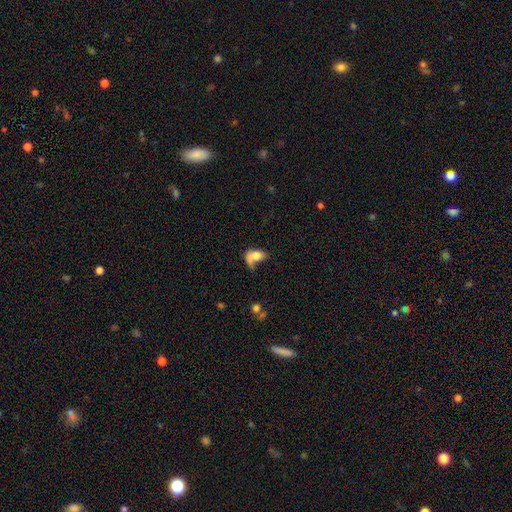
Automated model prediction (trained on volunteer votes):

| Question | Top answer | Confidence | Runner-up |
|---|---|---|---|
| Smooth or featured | smooth | 69% | featured or disk (22%) |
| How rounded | in between | 85% | round (11%) |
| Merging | major disturbance | 30% | none (26%) |